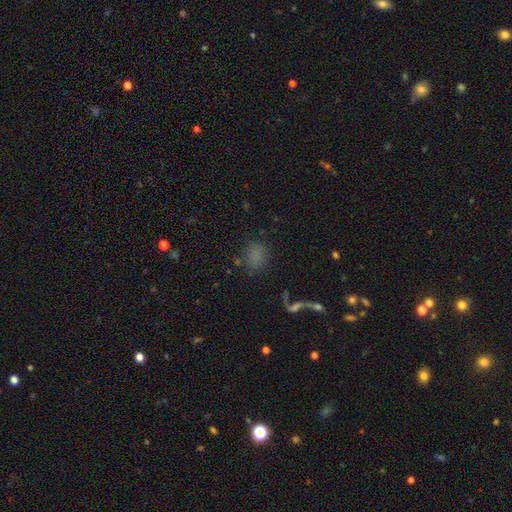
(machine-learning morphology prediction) The model was most divided on "how rounded": round: 59%, in between: 39%, cigar-shaped: 3%. More confident: merging — none (76%); smooth or featured — smooth (73%).